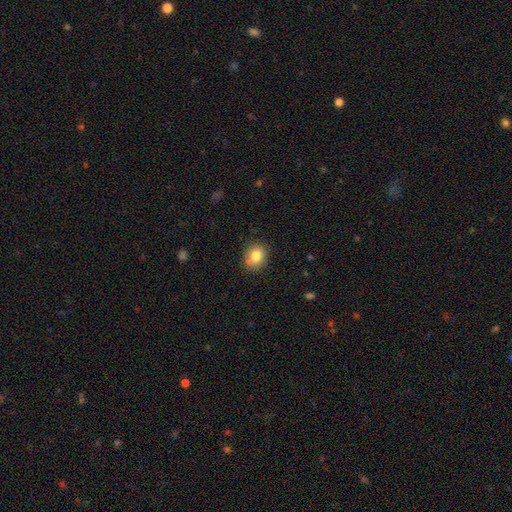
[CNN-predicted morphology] Smooth or featured? Predicted: smooth (p=0.81). How rounded? Predicted: round (p=0.63). Merging? Predicted: none (p=0.74).